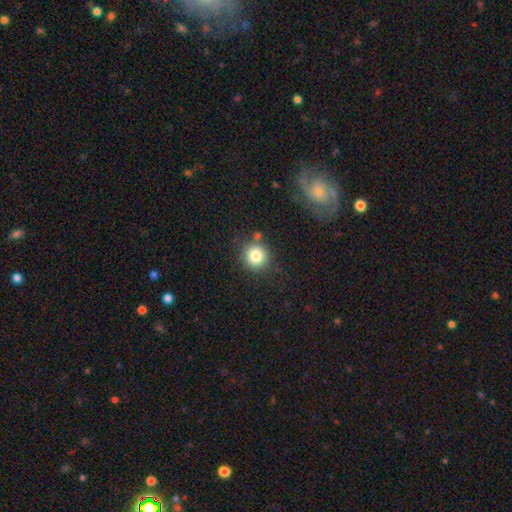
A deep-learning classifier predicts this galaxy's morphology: A smooth galaxy with no disk features (82%) that is round (92%). Merging: none (79%).